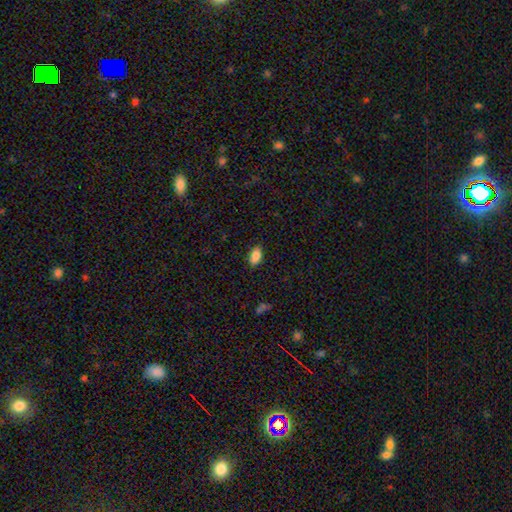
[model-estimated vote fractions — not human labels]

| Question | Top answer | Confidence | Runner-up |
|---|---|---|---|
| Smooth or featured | smooth | 87% | star or artifact (8%) |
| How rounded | in between | 92% | round (5%) |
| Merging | none | 84% | minor disturbance (12%) |